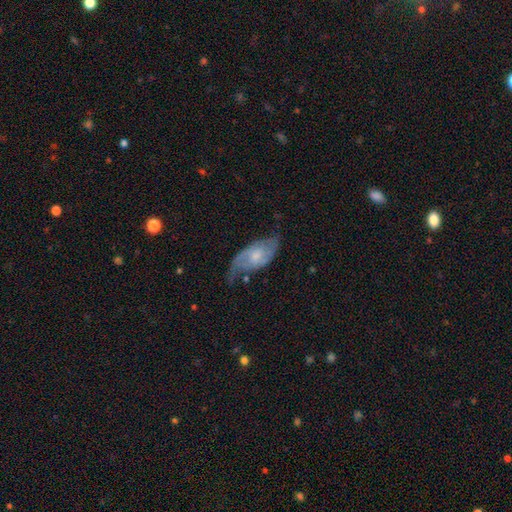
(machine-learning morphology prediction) A featured or disk galaxy (67%) with no bar (53%), 2 (81%) medium (41%, tied with loose) spiral arms (87%) and a moderate central bulge (45%). Merging: none (52%).